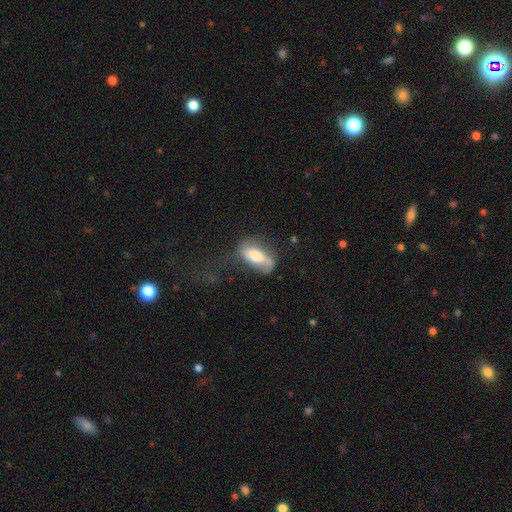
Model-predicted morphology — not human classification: Q: Smooth or featured?
A: smooth (50%); runner-up: featured or disk (42%)
Q: How rounded?
A: in between (84%); runner-up: cigar-shaped (11%)
Q: Merging?
A: none (42%); runner-up: minor disturbance (27%)